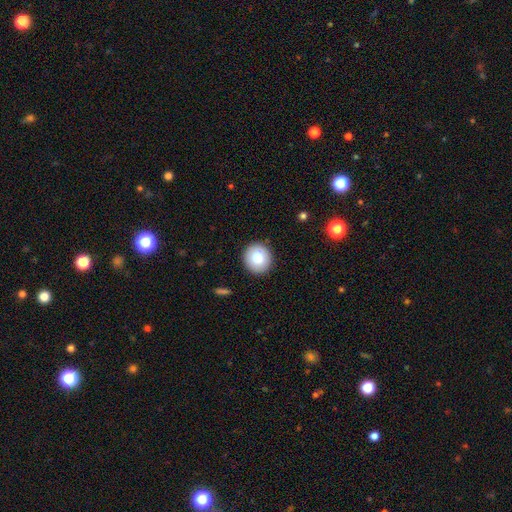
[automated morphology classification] Smooth or featured?
  - smooth: 84% *
  - featured or disk: 9%
  - star or artifact: 8%
How rounded?
  - round: 89% *
  - in between: 11%
  - cigar-shaped: 1%
Merging?
  - none: 90% *
  - minor disturbance: 7%
  - major disturbance: 2%
  - merger: 1%